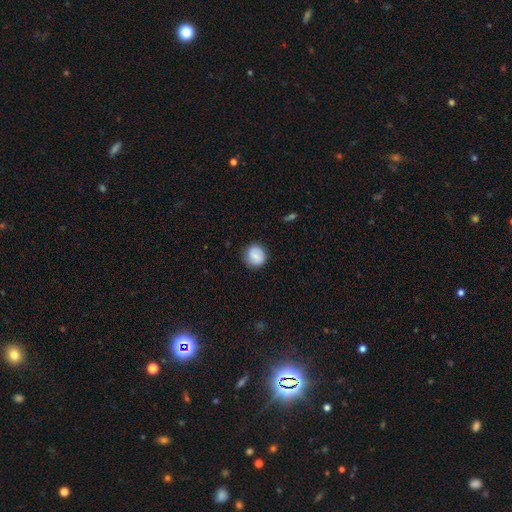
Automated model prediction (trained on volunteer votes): Overall: smooth (74%). How rounded: round (87%). Merging: none (83%).